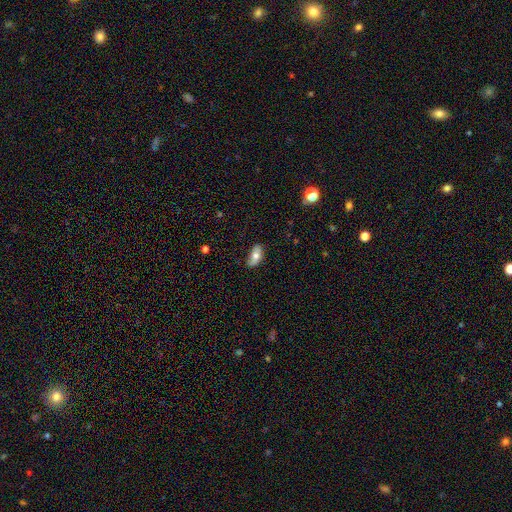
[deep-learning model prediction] Smooth or featured? Predicted: smooth (p=0.63). How rounded? Predicted: in between (p=0.91). Merging? Predicted: none (p=0.68).